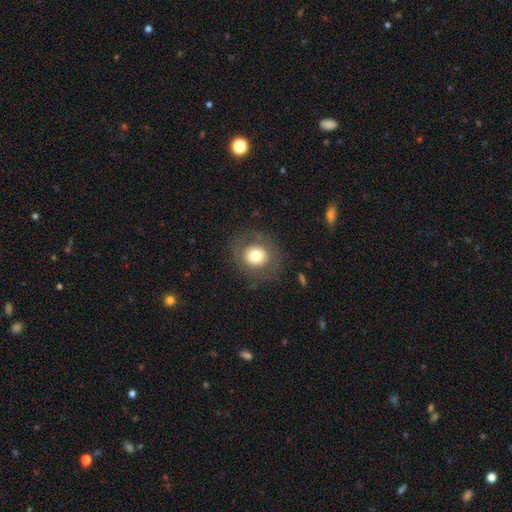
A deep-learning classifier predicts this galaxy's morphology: This appears to be a smooth galaxy with no disk features (67%) that is round (85%). Merging: none (81%).